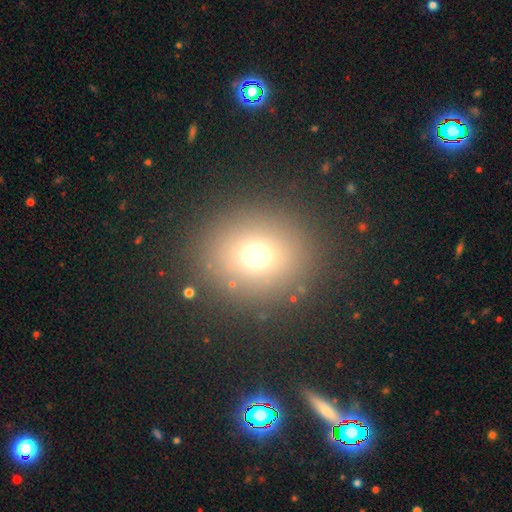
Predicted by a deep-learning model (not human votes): smooth-or-featured: smooth: 69% | star or artifact: 21% | featured or disk: 10%
  how-rounded: round: 76% | in between: 22% | cigar-shaped: 1%
  merging: none: 86% | minor disturbance: 7% | major disturbance: 5% | merger: 2%